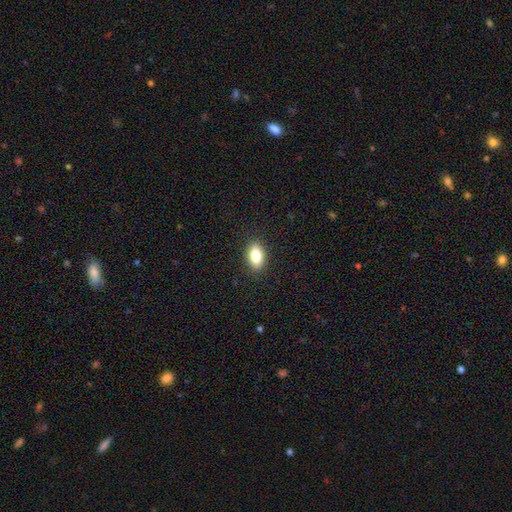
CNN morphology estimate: Smooth or featured? smooth (81%)
How rounded? in between (88%)
Merging? none (89%)